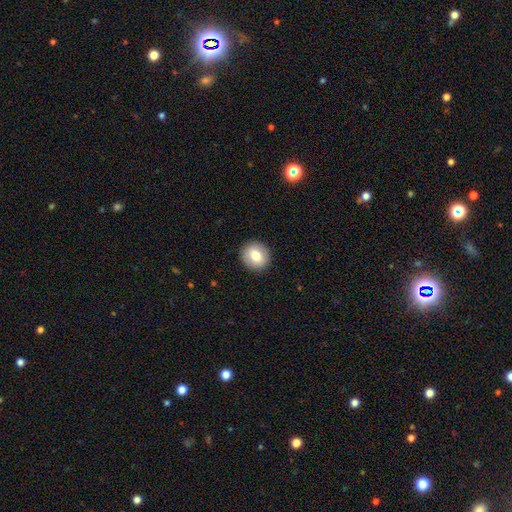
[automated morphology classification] This is likely a smooth galaxy (76%). How rounded: clearly round (88%). Merging: clearly none (91%).